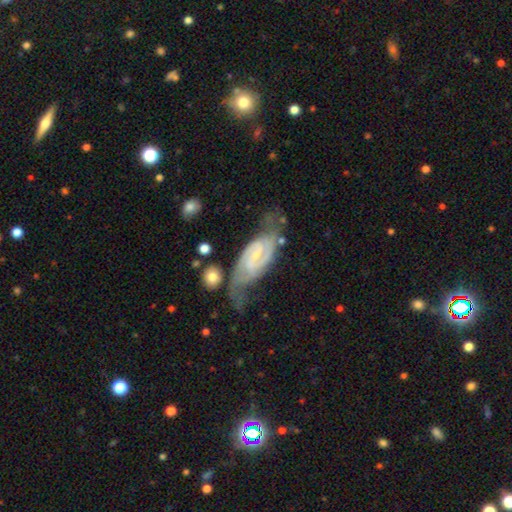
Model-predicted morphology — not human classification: Q: Smooth or featured?
A: featured or disk (90%); runner-up: smooth (5%)
Q: Edge-on disk?
A: no (96%); runner-up: yes (4%)
Q: Bar?
A: weak (50%); runner-up: no (27%)
Q: Spiral arms?
A: yes (98%); runner-up: no (2%)
Q: Spiral winding?
A: medium (47%); runner-up: tight (40%)
Q: Spiral arm count?
A: 2 (89%); runner-up: can't tell (4%)
Q: Bulge size?
A: small (68%); runner-up: moderate (24%)
Q: Merging?
A: none (55%); runner-up: minor disturbance (25%)